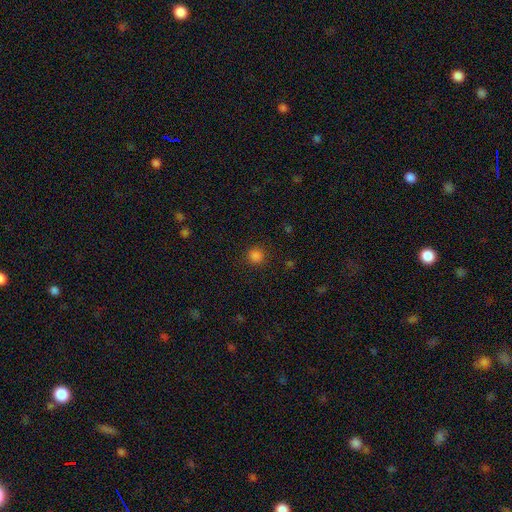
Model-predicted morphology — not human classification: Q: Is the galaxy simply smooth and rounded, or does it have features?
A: smooth — 82%.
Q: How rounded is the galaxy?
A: round — 92%.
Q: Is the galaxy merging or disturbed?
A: none — 89%.